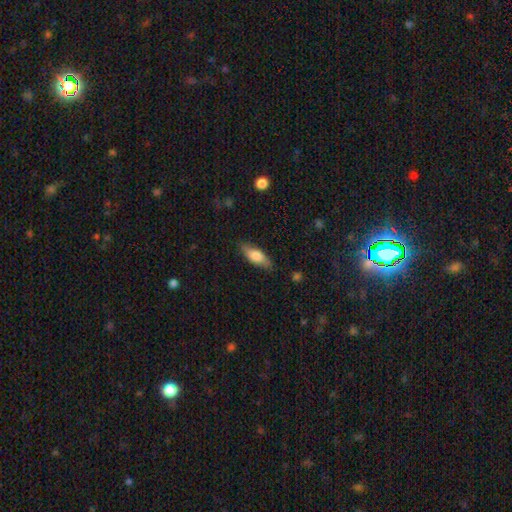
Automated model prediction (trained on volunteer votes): smooth_or_featured: smooth (p=0.71) [alt: featured or disk p=0.23]
how_rounded: in between (p=0.64) [alt: cigar-shaped p=0.33]
merging: none (p=0.82) [alt: minor disturbance p=0.14]